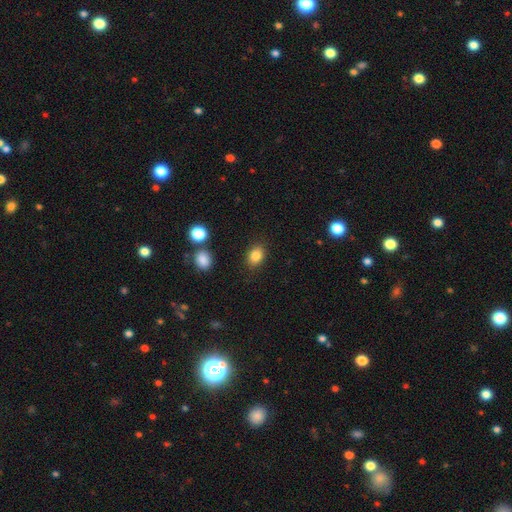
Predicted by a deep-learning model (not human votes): Smooth or featured: smooth — 85% (star or artifact — 10%)
How rounded: in between — 71% (round — 28%)
Merging: none — 86% (minor disturbance — 9%)